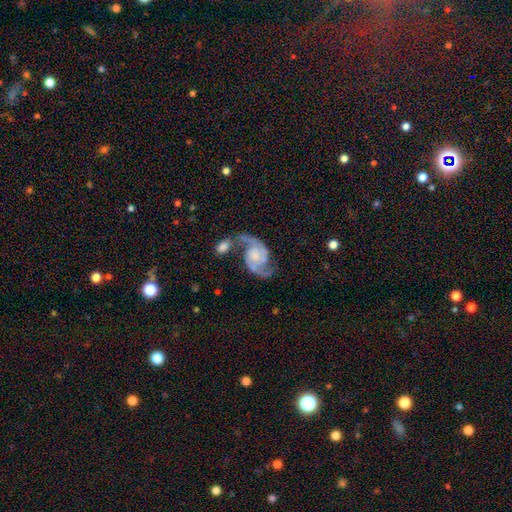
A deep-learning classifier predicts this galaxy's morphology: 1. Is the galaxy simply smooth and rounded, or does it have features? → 91% featured or disk, 4% star or artifact, 4% smooth.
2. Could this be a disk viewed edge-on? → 98% no, 2% yes.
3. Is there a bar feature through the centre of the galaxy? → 64% no, 28% weak, 8% strong.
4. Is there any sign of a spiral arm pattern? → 98% yes, 2% no.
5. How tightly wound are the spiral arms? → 52% medium, 33% loose, 15% tight.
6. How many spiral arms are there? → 94% 2, 2% can't tell, 1% 3, 1% 1, 1% 4, 1% more than 4.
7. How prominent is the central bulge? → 39% small, 27% none, 25% moderate, 8% large, 2% dominant.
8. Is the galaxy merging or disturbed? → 51% none, 22% merger, 16% minor disturbance, 11% major disturbance.